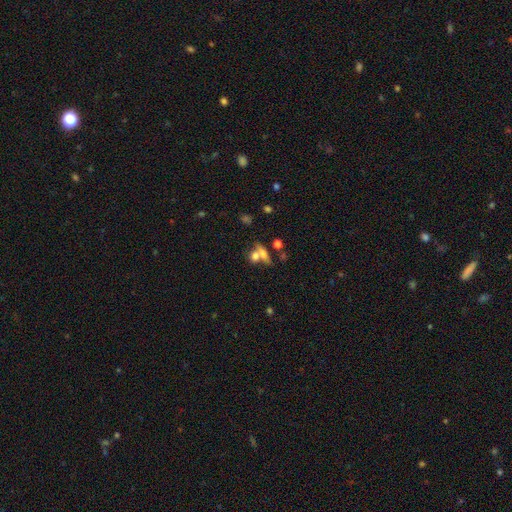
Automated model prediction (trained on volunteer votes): Q: Smooth or featured?
A: smooth (64%); runner-up: featured or disk (23%)
Q: How rounded?
A: in between (47%); runner-up: round (31%)
Q: Merging?
A: merger (47%); runner-up: none (38%)